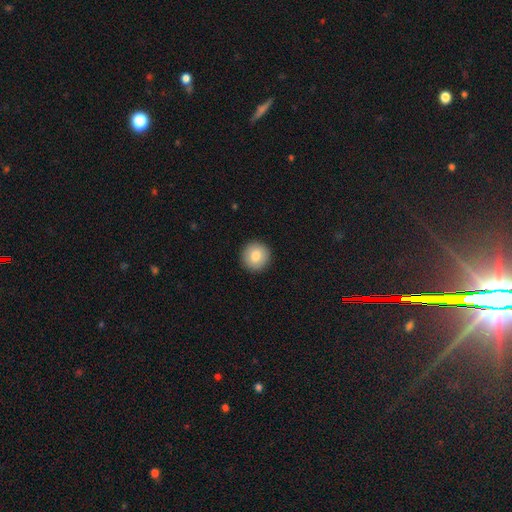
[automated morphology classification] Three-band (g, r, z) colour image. It shows a smooth galaxy with no disk features (82%) that is round (94%). Merging: none (92%).